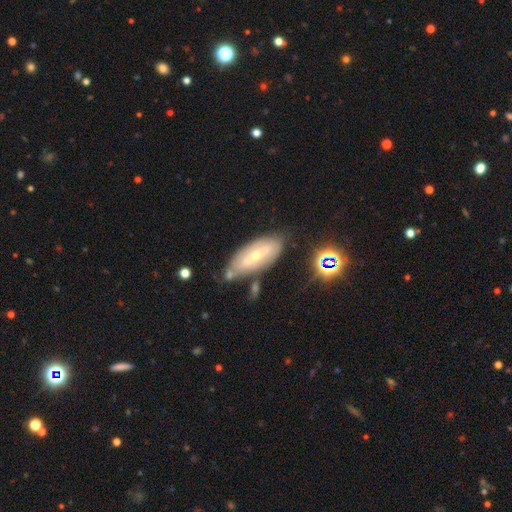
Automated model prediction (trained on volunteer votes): Overall: featured or disk (63%; smooth 29%). Edge-on disk: no (79%). Bar: strong (41%; weak 33%). Spiral arms: no (51%; yes 49%). Bulge size: small (51%; moderate 45%). Merging: none (68%).